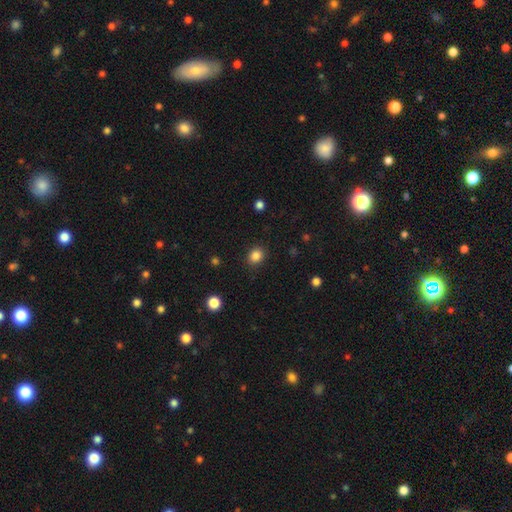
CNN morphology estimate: smooth-or-featured: smooth: 85% | star or artifact: 11% | featured or disk: 3%
  how-rounded: round: 68% | in between: 31% | cigar-shaped: 1%
  merging: none: 88% | minor disturbance: 8% | major disturbance: 3% | merger: 1%